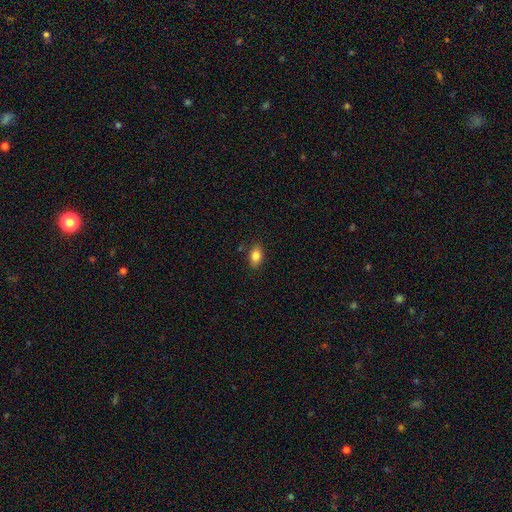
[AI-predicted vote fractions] The model was most divided on "merging": none: 83%, minor disturbance: 12%, major disturbance: 3%, merger: 2%. More confident: how rounded — in between (87%); smooth or featured — smooth (82%).